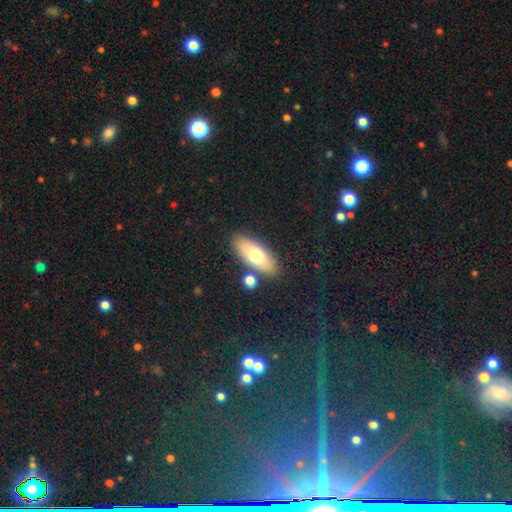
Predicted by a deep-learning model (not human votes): Smooth or featured?
  - smooth: 68% *
  - featured or disk: 25%
  - star or artifact: 7%
How rounded?
  - in between: 76% *
  - cigar-shaped: 20%
  - round: 4%
Merging?
  - none: 82% *
  - minor disturbance: 9%
  - merger: 7%
  - major disturbance: 3%